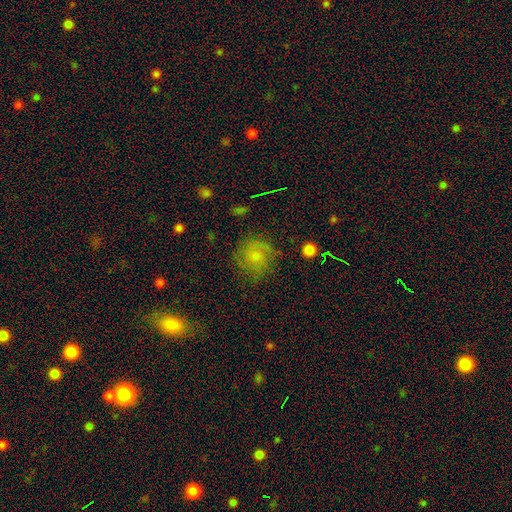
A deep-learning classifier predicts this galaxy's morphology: Smooth or featured? Predicted: smooth (p=0.63). How rounded? Predicted: round (p=0.86). Merging? Predicted: none (p=0.69).